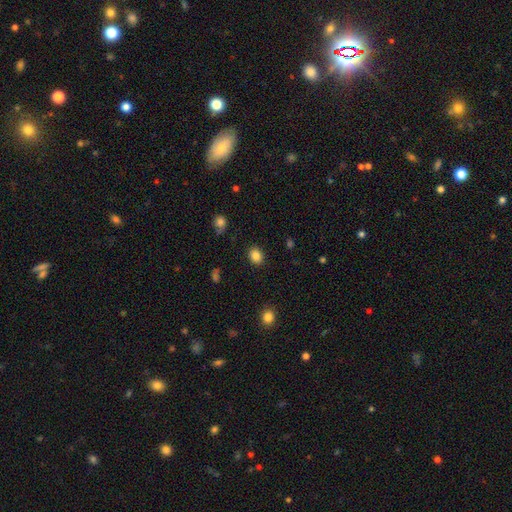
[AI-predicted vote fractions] The model was most divided on "how rounded": in between: 53%, round: 46%, cigar-shaped: 1%. More confident: merging — none (88%); smooth or featured — smooth (86%).